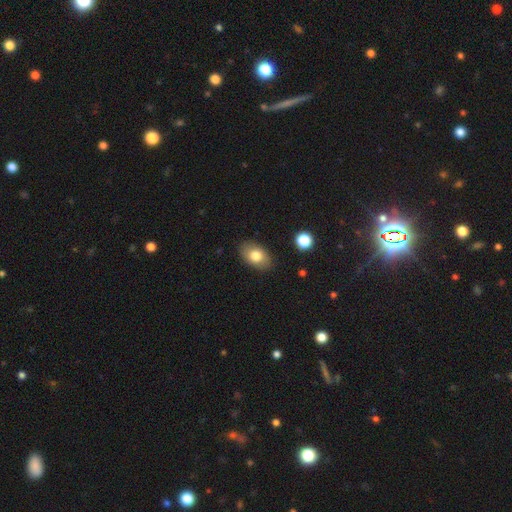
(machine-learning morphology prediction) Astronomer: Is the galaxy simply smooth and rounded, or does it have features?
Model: smooth — 78%.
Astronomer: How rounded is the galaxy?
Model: in between — 86%.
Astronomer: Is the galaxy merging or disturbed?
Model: none — 86%.